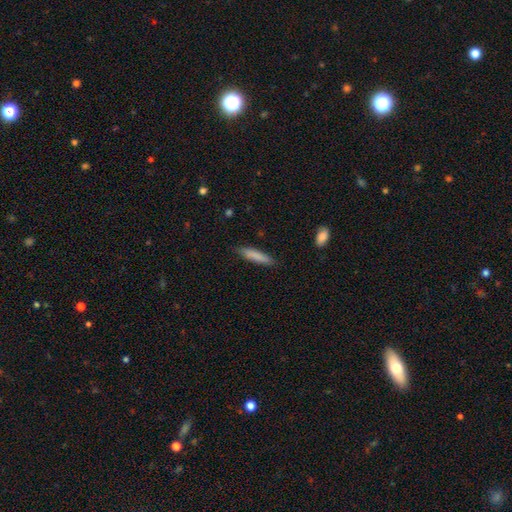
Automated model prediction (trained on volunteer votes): This is clearly a smooth galaxy (83%). How rounded: clearly cigar-shaped (85%). Merging: clearly none (85%).